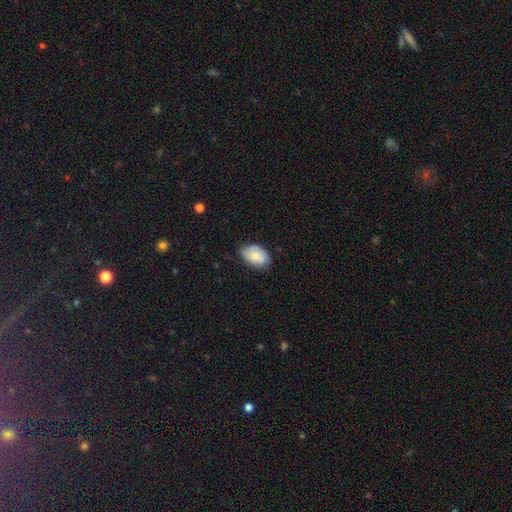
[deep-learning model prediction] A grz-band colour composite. It shows a smooth galaxy with no disk features (74%) that is in between round and cigar-shaped (90%). Merging: none (68%).